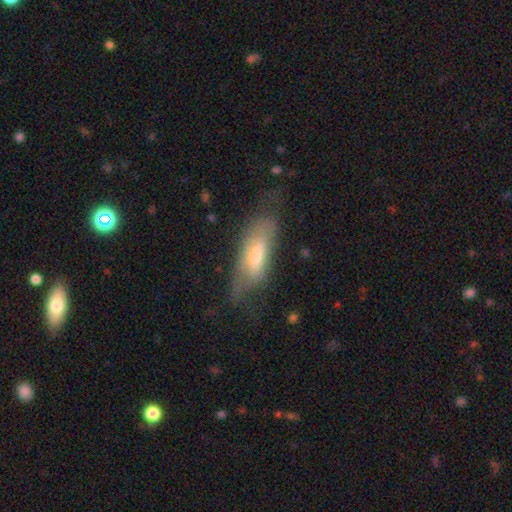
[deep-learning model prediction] Smooth or featured?
  - smooth: 54% *
  - featured or disk: 39%
  - star or artifact: 7%
How rounded?
  - in between: 59% *
  - cigar-shaped: 39%
  - round: 2%
Merging?
  - none: 52% *
  - minor disturbance: 28%
  - major disturbance: 18%
  - merger: 2%